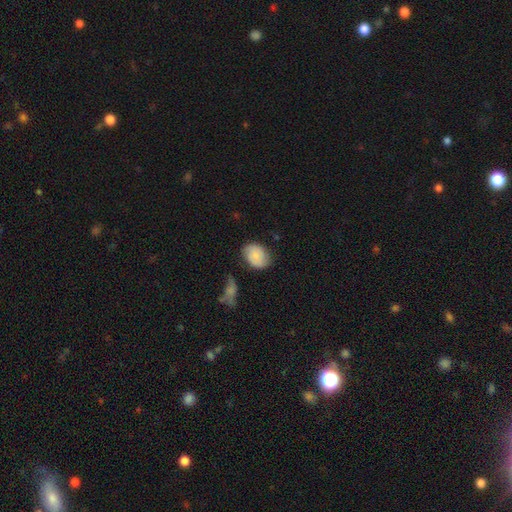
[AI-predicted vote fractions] The model was most divided on "how rounded": in between: 67%, round: 32%, cigar-shaped: 1%. More confident: merging — none (70%); smooth or featured — smooth (69%).